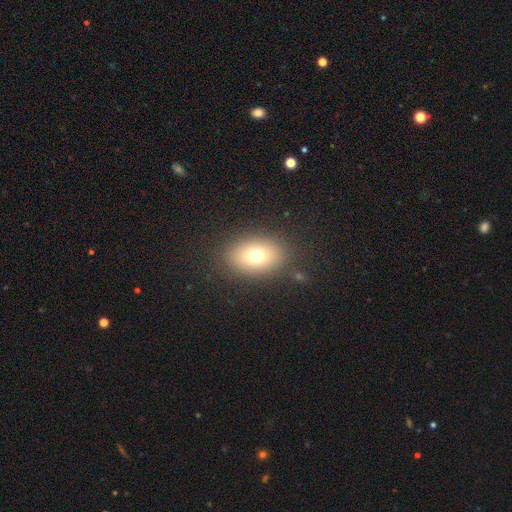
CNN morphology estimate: This appears to be a smooth galaxy with no disk features (74%) that is in between round and cigar-shaped (76%). Merging: none (85%).